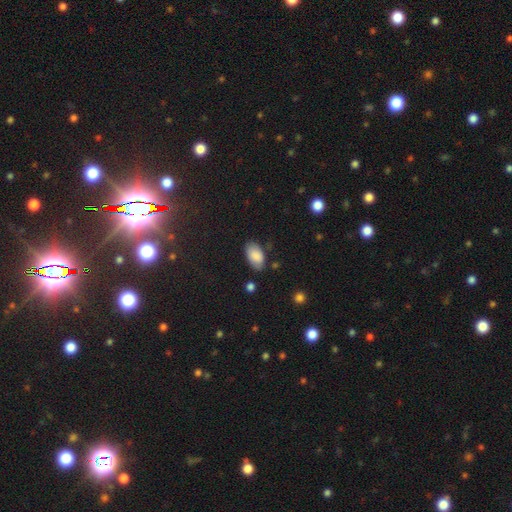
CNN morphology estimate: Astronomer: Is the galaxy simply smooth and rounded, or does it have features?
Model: smooth — 86%.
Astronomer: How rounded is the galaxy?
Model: in between — 95%.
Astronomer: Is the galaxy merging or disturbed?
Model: none — 76%.